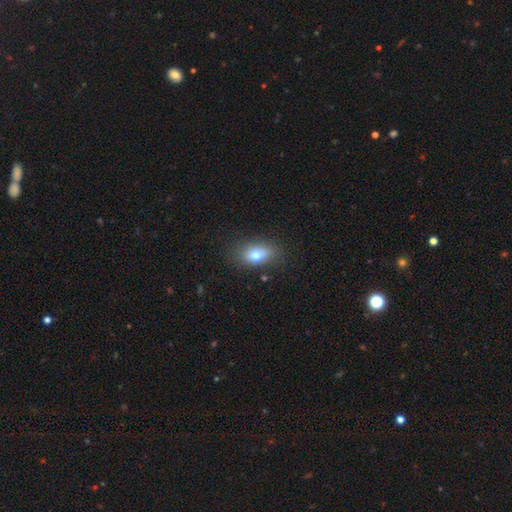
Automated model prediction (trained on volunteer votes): This is likely a smooth galaxy (76%). How rounded: clearly in between (83%). Merging: likely none (76%).